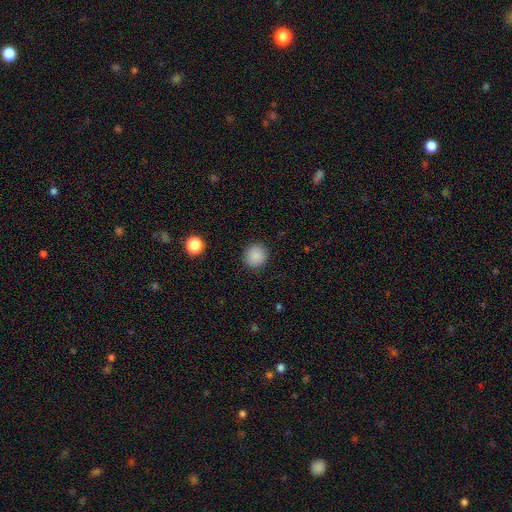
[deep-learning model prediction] A smooth galaxy with no disk features (87%) that is round (93%). Merging: none (91%).